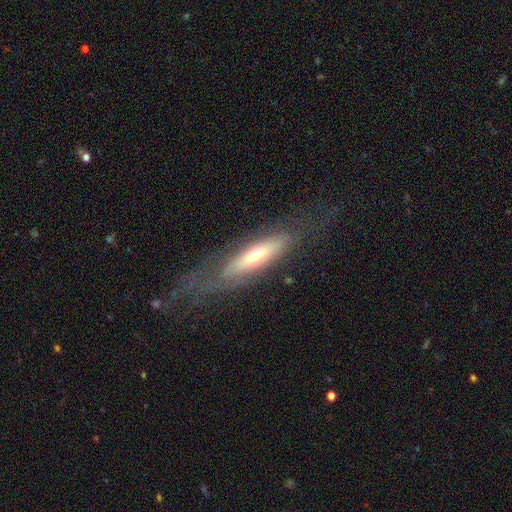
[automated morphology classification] This appears to be a featured or disk galaxy (59%) viewed edge-on (54%). Merging: none (59%).